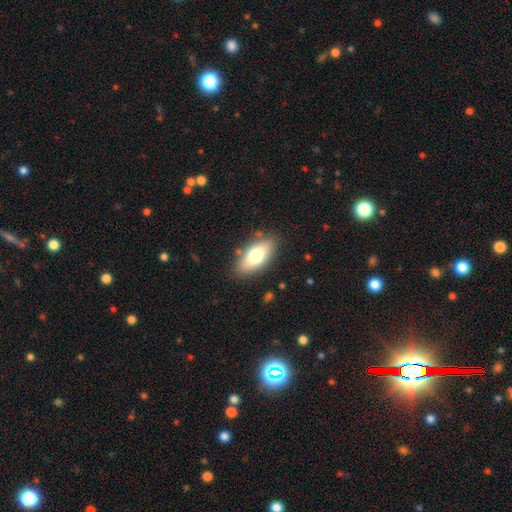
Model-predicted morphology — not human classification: A smooth galaxy with no disk features (71%) that is in between round and cigar-shaped (85%).

Vote fractions:
- Smooth or featured? smooth: 71% / featured or disk: 22% / star or artifact: 7%
- How rounded? in between: 85% / cigar-shaped: 12% / round: 3%
- Merging? none: 83% / minor disturbance: 12% / major disturbance: 3% / merger: 2%